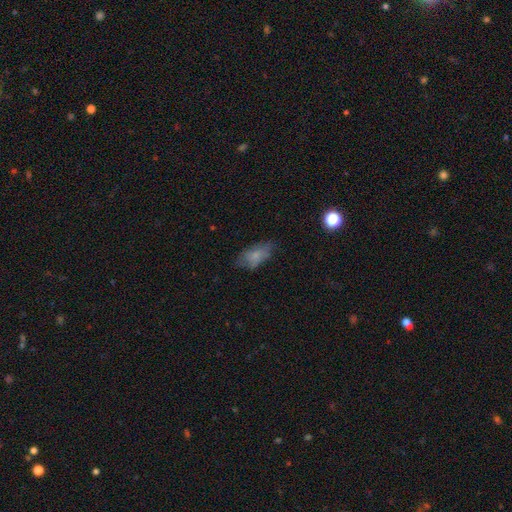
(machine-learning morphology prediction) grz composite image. It shows a smooth galaxy with no disk features (66%) that is in between round and cigar-shaped (89%). Merging: none (59%).